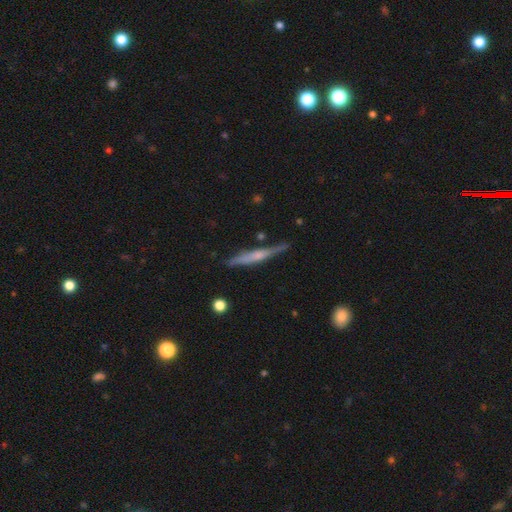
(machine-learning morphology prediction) This is possibly a featured or disk galaxy (56%). It is clearly viewed edge-on (96%). Edge-on bulge: possibly rounded (47%). Merging: likely none (79%).